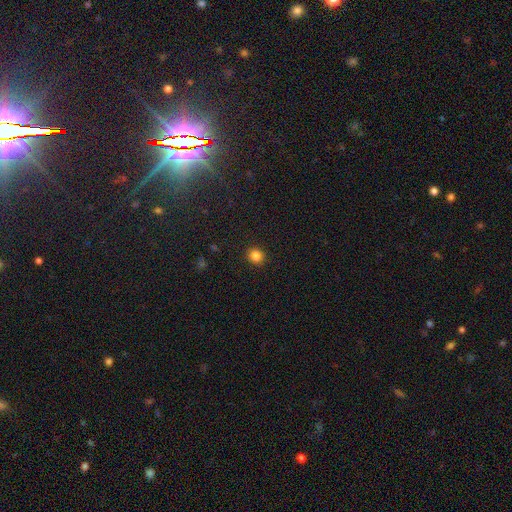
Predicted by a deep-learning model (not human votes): A smooth galaxy with no disk features (84%) that is round (88%).

Vote fractions:
- Smooth or featured? smooth: 84% / star or artifact: 12% / featured or disk: 4%
- How rounded? round: 88% / in between: 11% / cigar-shaped: 1%
- Merging? none: 92% / minor disturbance: 5% / major disturbance: 2% / merger: 1%